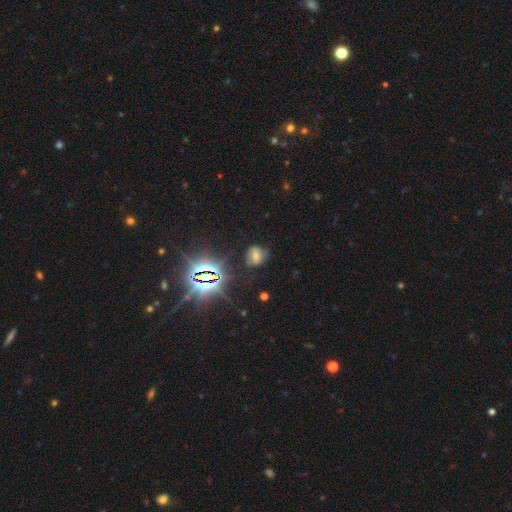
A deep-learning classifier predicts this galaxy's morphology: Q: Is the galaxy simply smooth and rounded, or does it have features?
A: smooth — 40%.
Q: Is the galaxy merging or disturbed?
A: none — 72%.